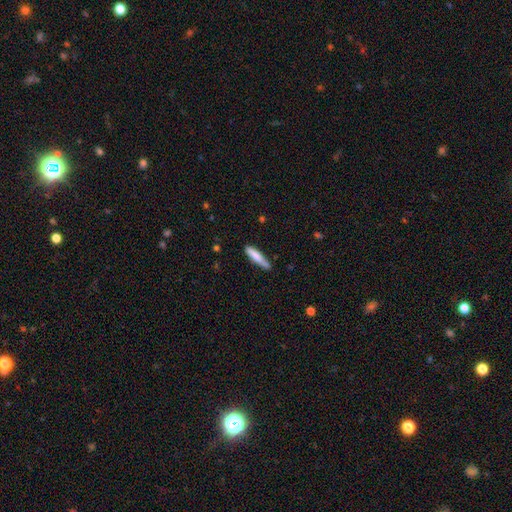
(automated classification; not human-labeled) Smooth or featured: smooth — 76% (featured or disk — 18%)
How rounded: cigar-shaped — 86% (in between — 13%)
Merging: none — 77% (minor disturbance — 18%)